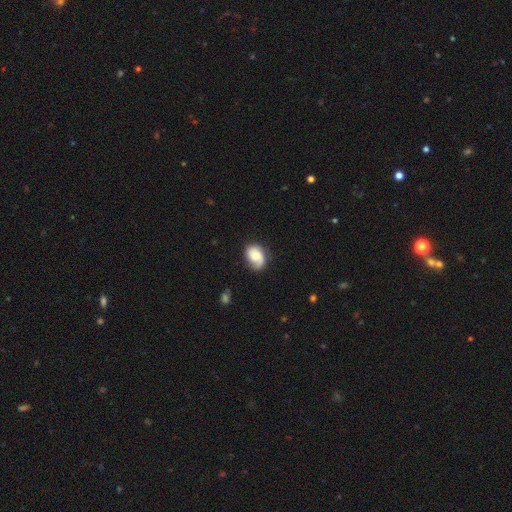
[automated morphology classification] smooth 49%, featured or disk 44%, star or artifact 7%. Down the decision tree: merging — none (65%).